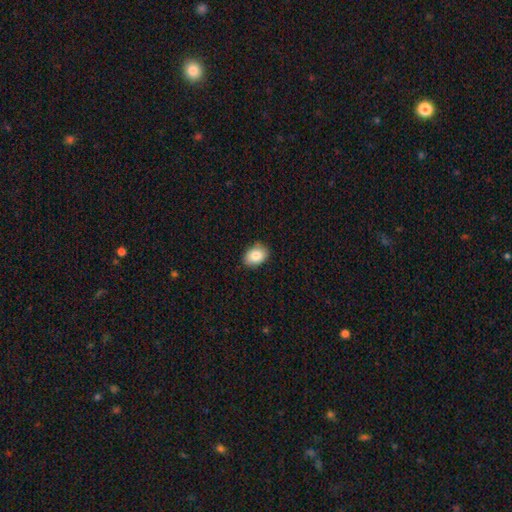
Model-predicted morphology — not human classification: Smooth or featured: smooth — 85% (featured or disk — 8%)
How rounded: in between — 80% (round — 18%)
Merging: none — 85% (minor disturbance — 12%)